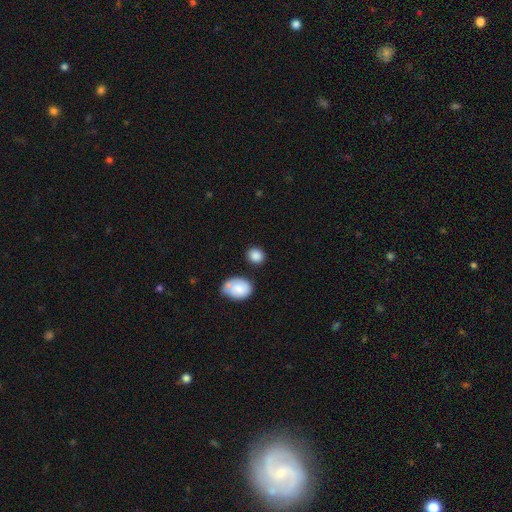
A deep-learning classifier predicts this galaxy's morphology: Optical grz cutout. It shows a smooth galaxy with no disk features (87%) that is round (57%). Merging: none (77%).